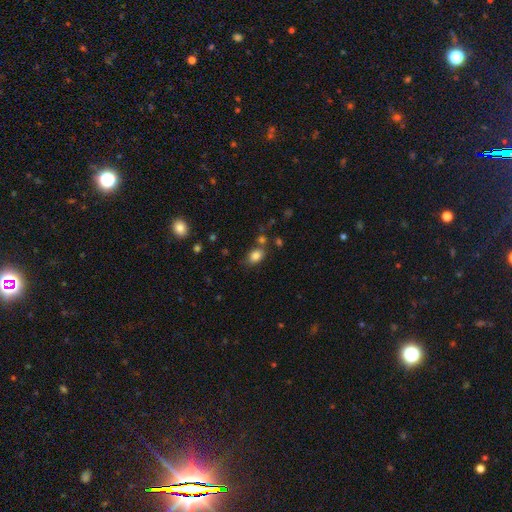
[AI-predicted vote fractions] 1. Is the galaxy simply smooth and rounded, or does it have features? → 82% smooth, 10% star or artifact, 7% featured or disk.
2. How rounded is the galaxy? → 73% in between, 25% round, 1% cigar-shaped.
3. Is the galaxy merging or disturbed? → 69% none, 16% minor disturbance, 11% merger, 5% major disturbance.